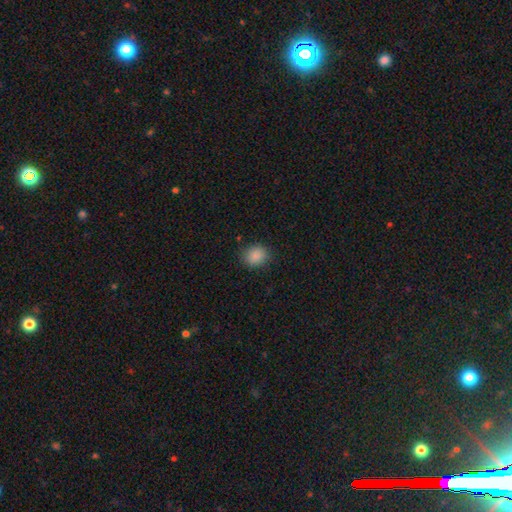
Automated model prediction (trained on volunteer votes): Q: Smooth or featured?
A: smooth (87%); runner-up: star or artifact (10%)
Q: How rounded?
A: round (68%); runner-up: in between (31%)
Q: Merging?
A: none (85%); runner-up: minor disturbance (11%)